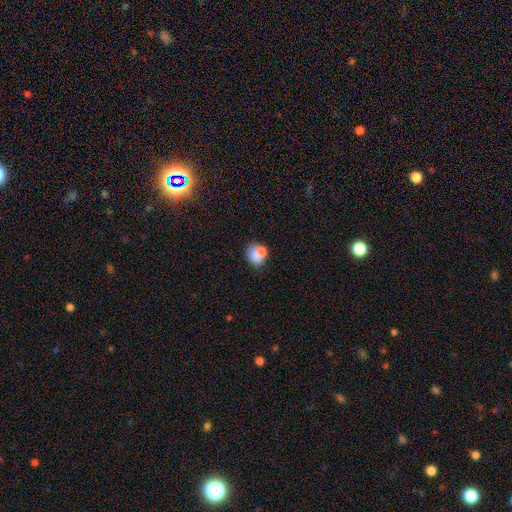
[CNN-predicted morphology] smooth-or-featured: smooth: 74% | featured or disk: 16% | star or artifact: 10%
  how-rounded: round: 61% | in between: 38% | cigar-shaped: 1%
  merging: none: 46% | merger: 29% | minor disturbance: 18% | major disturbance: 8%